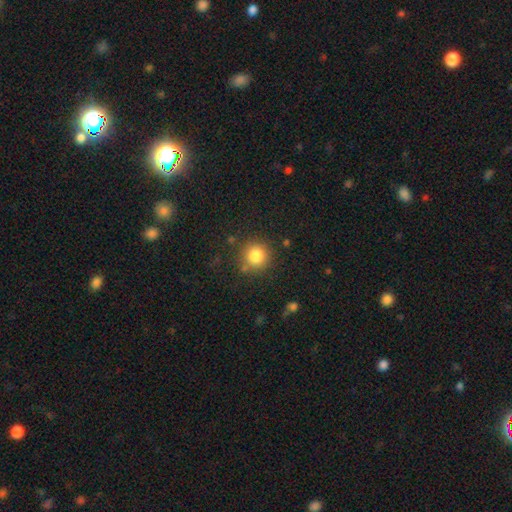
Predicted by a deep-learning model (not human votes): Smooth or featured: smooth — 83% (star or artifact — 11%)
How rounded: round — 93% (in between — 6%)
Merging: none — 84% (minor disturbance — 9%)